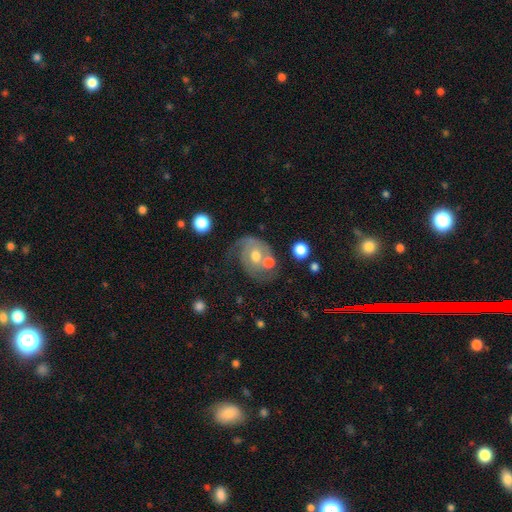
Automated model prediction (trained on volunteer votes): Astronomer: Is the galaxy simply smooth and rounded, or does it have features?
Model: featured or disk — 66%.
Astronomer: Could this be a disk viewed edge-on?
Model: no — 97%.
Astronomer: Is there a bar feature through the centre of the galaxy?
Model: no — 70%.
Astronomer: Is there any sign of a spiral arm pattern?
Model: yes — 80%.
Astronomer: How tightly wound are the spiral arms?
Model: medium — 41% (runner-up: tight, 37%).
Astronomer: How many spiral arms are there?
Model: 2 — 48% (runner-up: 1, 32%).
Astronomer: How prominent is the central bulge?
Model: moderate — 71%.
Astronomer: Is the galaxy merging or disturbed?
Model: none — 36% (runner-up: merger, 24%).